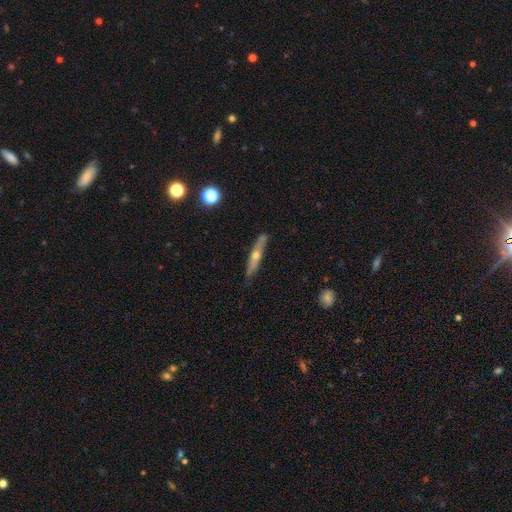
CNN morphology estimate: Smooth or featured? Predicted: featured or disk (p=0.63). Edge-on disk? Predicted: yes (p=0.90). Edge-on bulge? Predicted: rounded (p=0.84). Merging? Predicted: none (p=0.83).